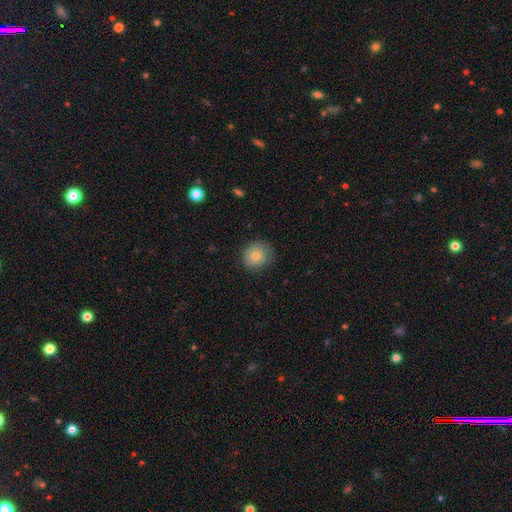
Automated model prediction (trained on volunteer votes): The model was most divided on "merging": none: 79%, minor disturbance: 16%, major disturbance: 4%, merger: 1%. More confident: how rounded — round (87%); smooth or featured — smooth (77%).